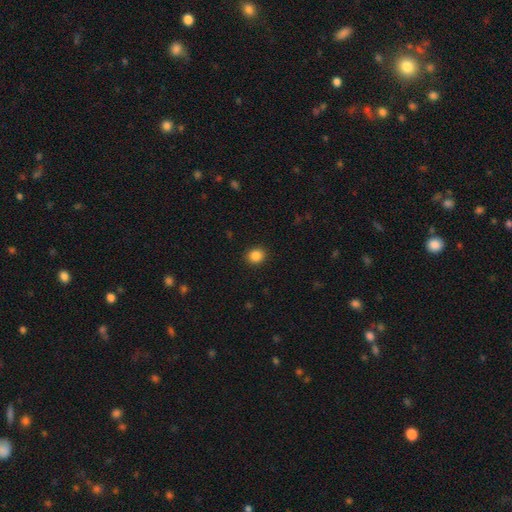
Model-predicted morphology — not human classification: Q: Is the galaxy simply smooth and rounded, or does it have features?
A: smooth — 87%.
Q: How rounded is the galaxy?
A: round — 73%.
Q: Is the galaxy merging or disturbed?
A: none — 91%.